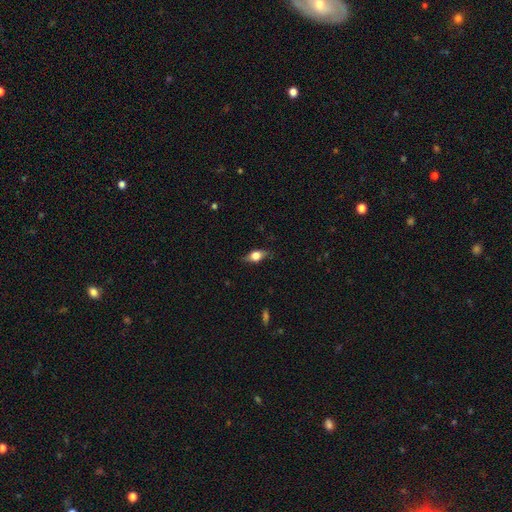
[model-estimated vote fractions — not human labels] Q: Smooth or featured?
A: smooth (60%); runner-up: featured or disk (31%)
Q: How rounded?
A: in between (72%); runner-up: round (16%)
Q: Merging?
A: none (77%); runner-up: minor disturbance (18%)